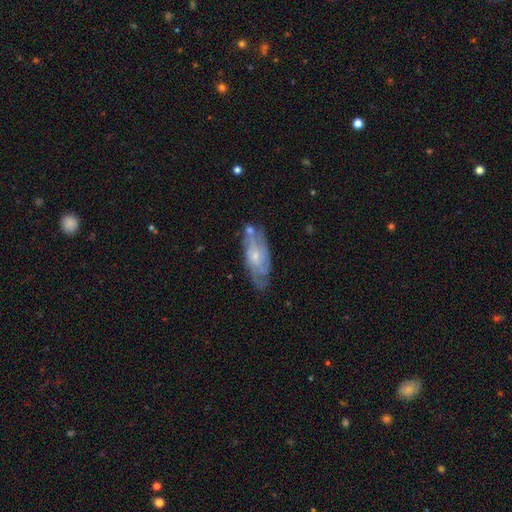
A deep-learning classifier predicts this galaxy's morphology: A featured or disk galaxy (73%) with no bar (69%), tight (49%) spiral arms (86%) and a small central bulge (65%).

Vote fractions:
- Smooth or featured? featured or disk: 73% / smooth: 21% / star or artifact: 6%
- Edge-on disk? no: 86% / yes: 14%
- Bar? no: 69% / weak: 27% / strong: 4%
- Spiral arms? yes: 86% / no: 14%
- Spiral winding? tight: 49% / medium: 38% / loose: 12%
- Spiral arm count? can't tell: 44% / 2: 23% / 3: 17% / 4: 9% / 1: 4% / more than 4: 4%
- Bulge size? small: 65% / moderate: 29% / none: 4% / large: 1% / dominant: 1%
- Merging? none: 66% / minor disturbance: 22% / major disturbance: 7% / merger: 6%